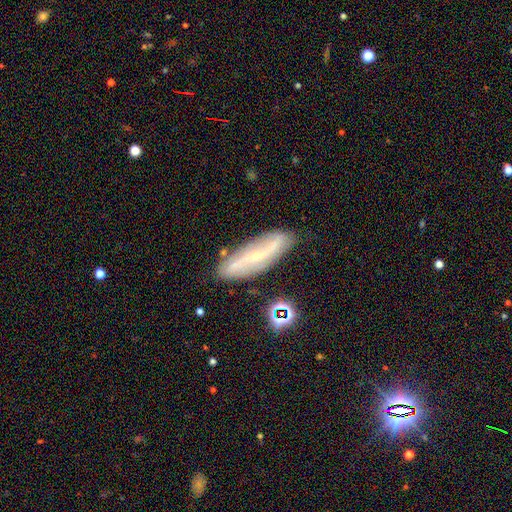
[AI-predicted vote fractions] smooth-or-featured: featured or disk: 76% | smooth: 16% | star or artifact: 8%
  disk-edge-on: no: 78% | yes: 22%
    bar: strong: 44% | weak: 30% | no: 26%
    has-spiral-arms: yes: 87% | no: 13%
      spiral-winding: loose: 54% | medium: 29% | tight: 17%
      spiral-arm-count: 2: 87% | can't tell: 8% | 1: 2% | 3: 1% | 4: 1% | more than 4: 1%
    bulge-size: small: 77% | moderate: 18% | none: 3% | large: 1% | dominant: 1%
  merging: none: 82% | minor disturbance: 13% | major disturbance: 3% | merger: 2%